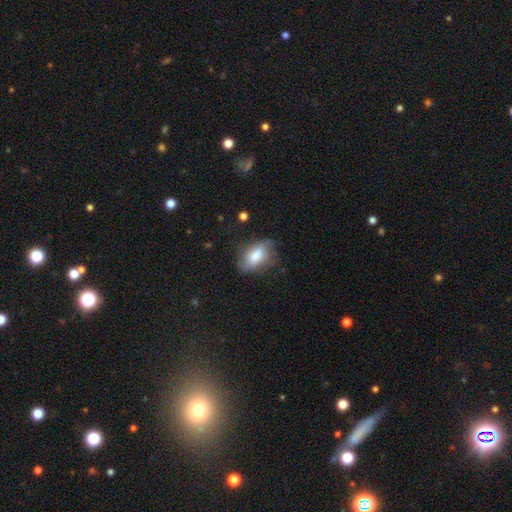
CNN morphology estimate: smooth-or-featured: smooth: 77% | featured or disk: 16% | star or artifact: 7%
  how-rounded: in between: 89% | round: 6% | cigar-shaped: 5%
  merging: none: 65% | minor disturbance: 25% | major disturbance: 8% | merger: 2%